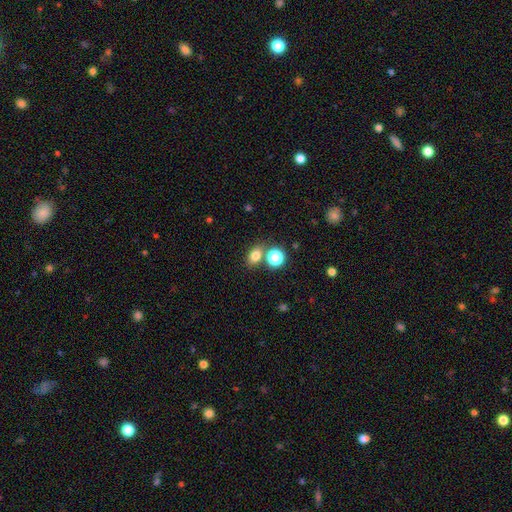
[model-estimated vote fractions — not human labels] A smooth galaxy with no disk features (77%) that is in between round and cigar-shaped (61%). Merging: none (66%).